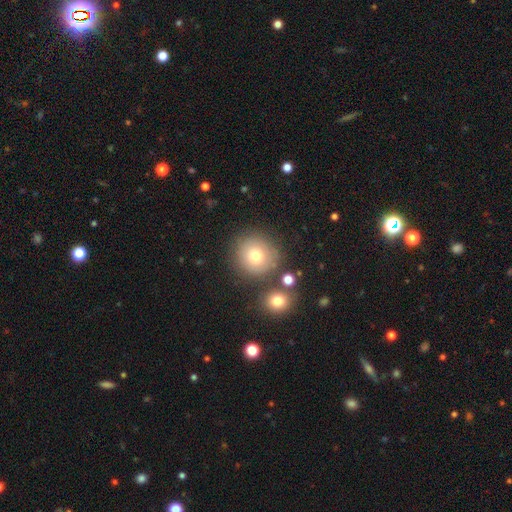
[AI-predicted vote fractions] Morphology: type=smooth (74%); roundness=round (92%); merging=none (78%).